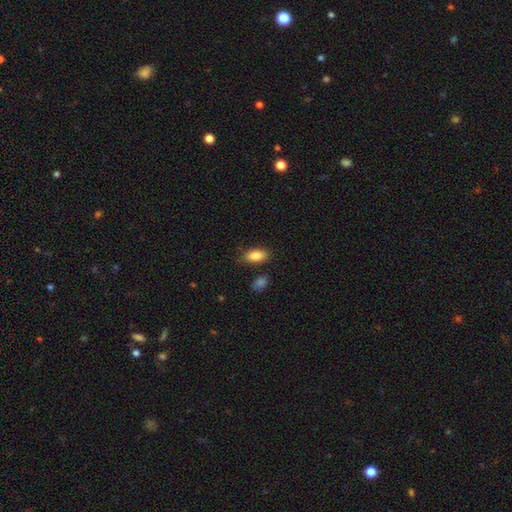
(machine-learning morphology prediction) A smooth galaxy with no disk features (86%) that is in between round and cigar-shaped (89%).

Vote fractions:
- Smooth or featured? smooth: 86% / star or artifact: 7% / featured or disk: 6%
- How rounded? in between: 89% / cigar-shaped: 7% / round: 4%
- Merging? none: 79% / minor disturbance: 14% / merger: 4% / major disturbance: 3%